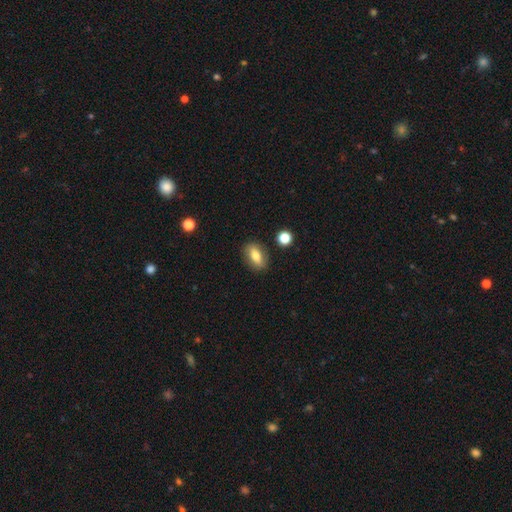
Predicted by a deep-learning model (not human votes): Smooth or featured? smooth (72%)
How rounded? in between (80%)
Merging? none (86%)